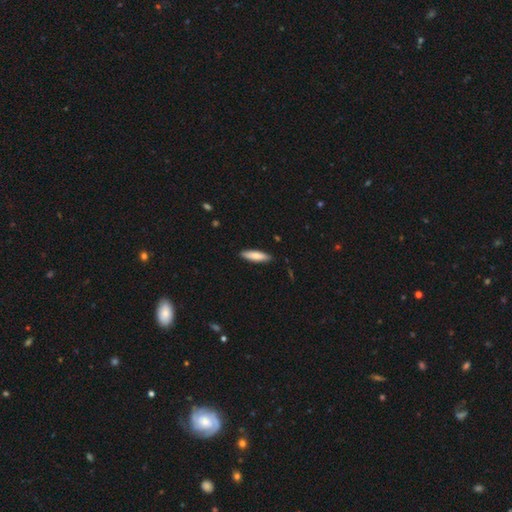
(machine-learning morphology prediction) Smooth or featured: smooth — 77% (featured or disk — 18%)
How rounded: cigar-shaped — 67% (in between — 32%)
Merging: none — 89% (minor disturbance — 9%)